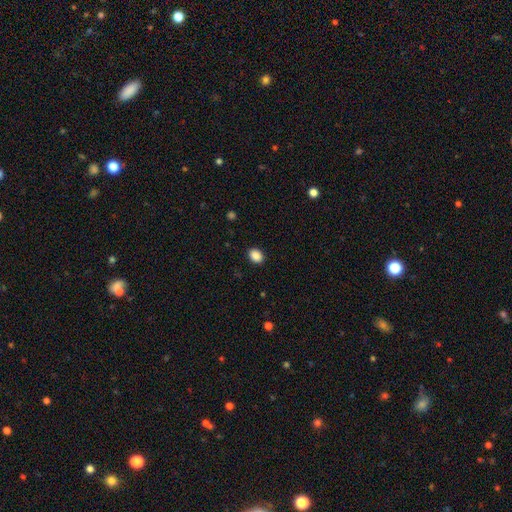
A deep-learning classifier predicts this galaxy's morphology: Overall: smooth (89%). How rounded: in between (61%; round 38%). Merging: none (90%).